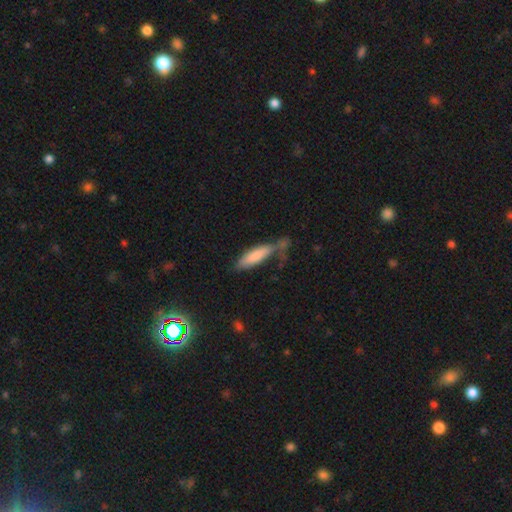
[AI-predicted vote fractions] A smooth galaxy with no disk features (80%) that is cigar-shaped (60%). Merging: none (41%).